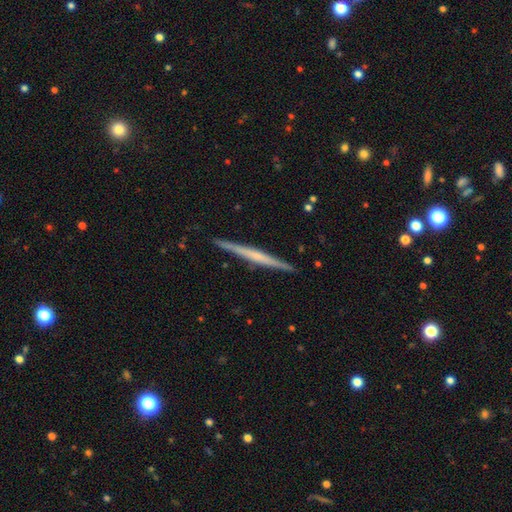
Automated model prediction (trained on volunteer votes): Smooth or featured: featured or disk — 66% (smooth — 28%)
Edge-on disk: yes — 98% (no — 2%)
Edge-on bulge: none — 60% (rounded — 28%)
Merging: none — 91% (minor disturbance — 6%)